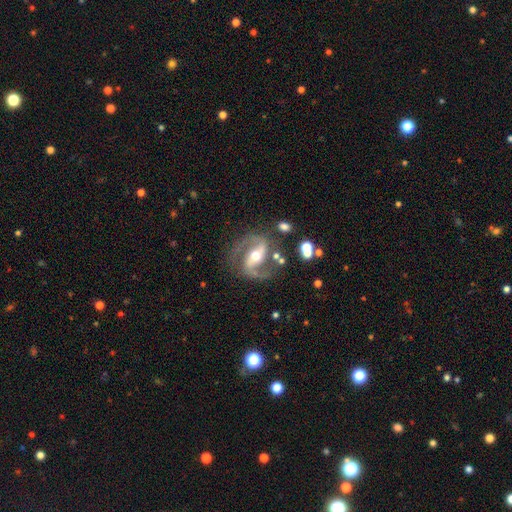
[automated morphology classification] type=featured or disk (90%); edge-on=no (97%); bar=strong (48%); spiral arms=yes (97%); winding=medium (60%); arm count=2 (93%); bulge=moderate (72%); merging=none (76%).